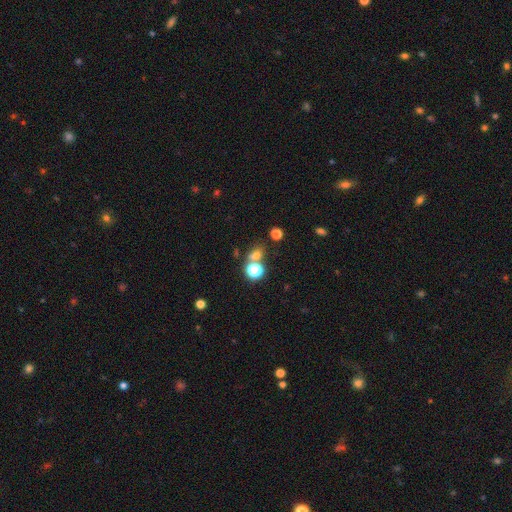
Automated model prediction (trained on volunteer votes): Morphology: type=smooth (60%); roundness=round (61%); merging=none (60%).